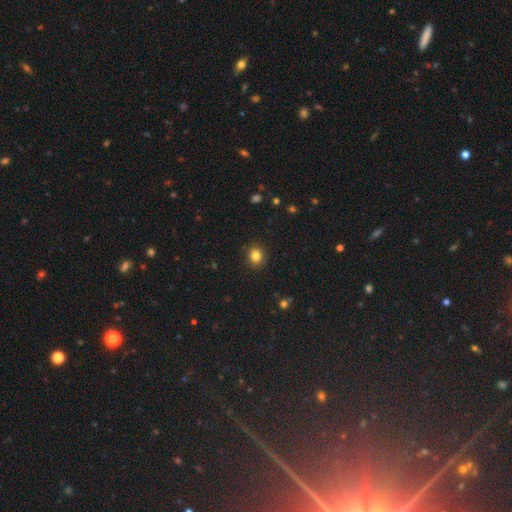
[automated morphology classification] This appears to be a smooth galaxy with no disk features (83%) that is round (72%). Merging: none (90%).